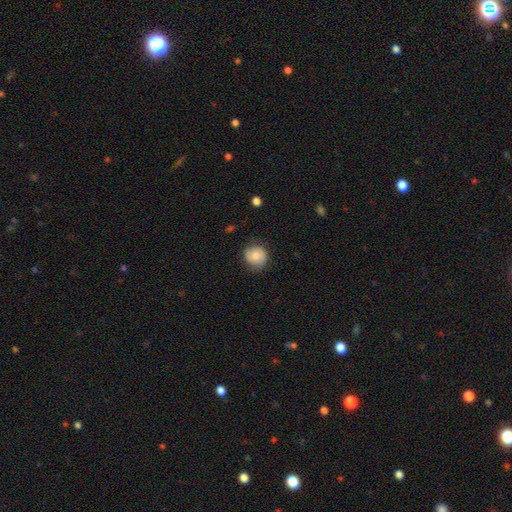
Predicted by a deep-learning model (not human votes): Smooth or featured? smooth (76%)
How rounded? round (86%)
Merging? none (77%)